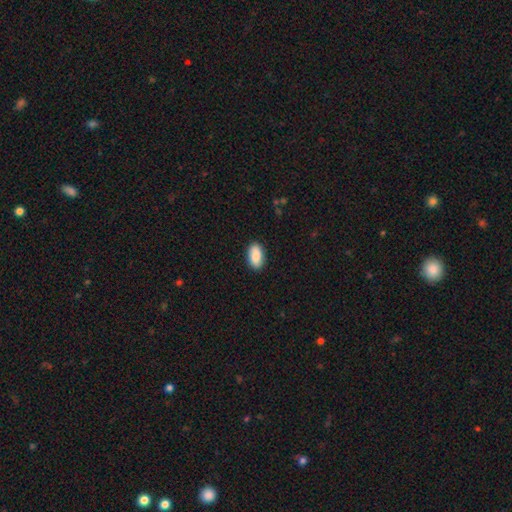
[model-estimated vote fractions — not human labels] Morphology: type=smooth (87%); roundness=in between (93%); merging=none (89%).